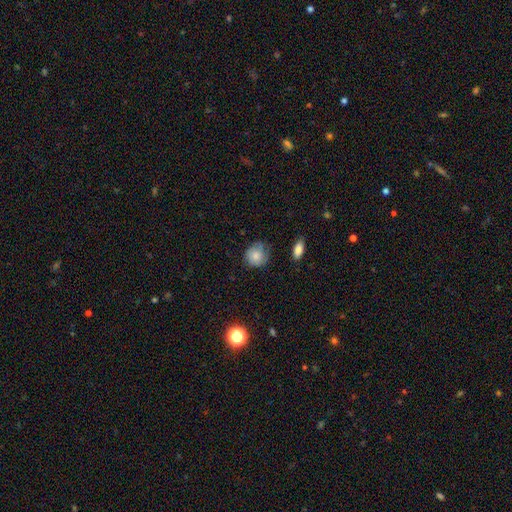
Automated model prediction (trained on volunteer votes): Smooth or featured?
  - smooth: 70% *
  - featured or disk: 22%
  - star or artifact: 8%
How rounded?
  - round: 81% *
  - in between: 18%
  - cigar-shaped: 1%
Merging?
  - none: 60% *
  - minor disturbance: 29%
  - major disturbance: 9%
  - merger: 2%